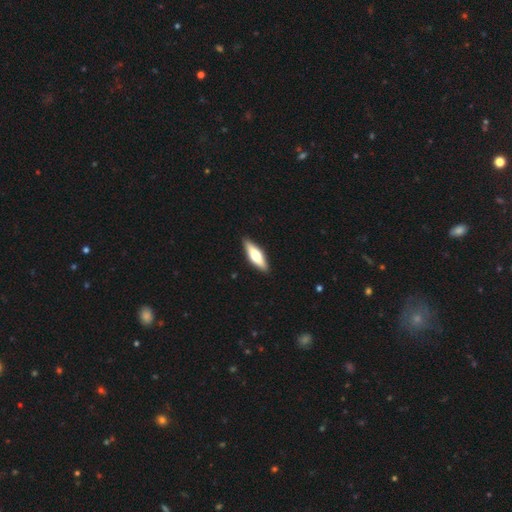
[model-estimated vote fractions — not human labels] This appears to be a smooth galaxy with no disk features (53%) that is cigar-shaped (52%). Merging: none (89%).